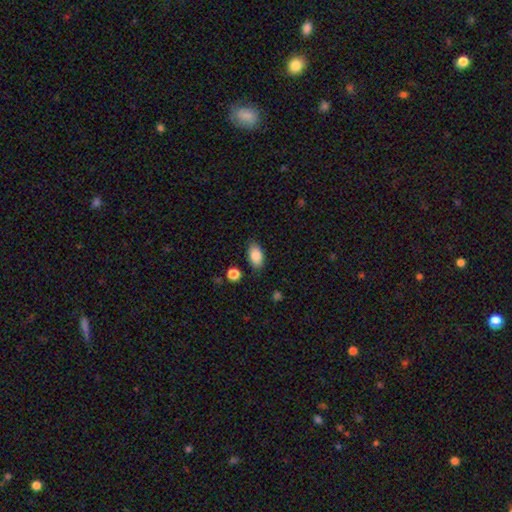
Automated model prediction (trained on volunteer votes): smooth 86%, star or artifact 8%, featured or disk 6%. Down the decision tree: how rounded — in between (92%); merging — none (84%).